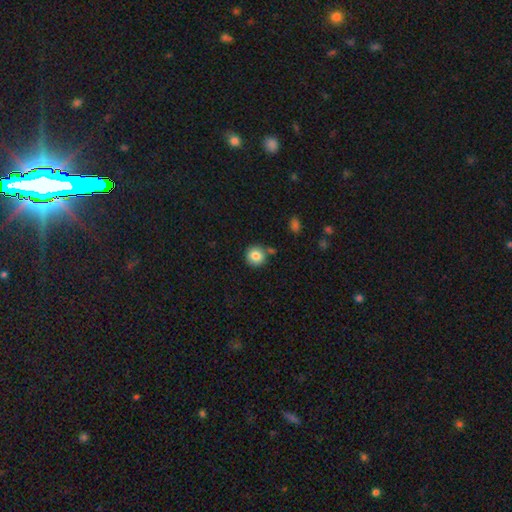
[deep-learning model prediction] Smooth or featured? smooth (84%)
How rounded? round (93%)
Merging? none (78%)